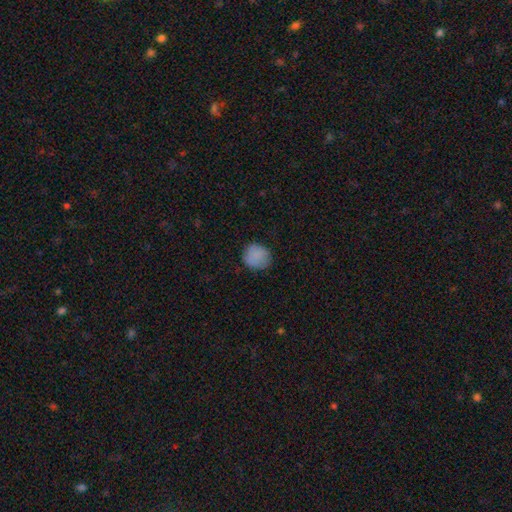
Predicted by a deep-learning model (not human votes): This appears to be a smooth galaxy with no disk features (86%) that is round (87%). Merging: none (80%).